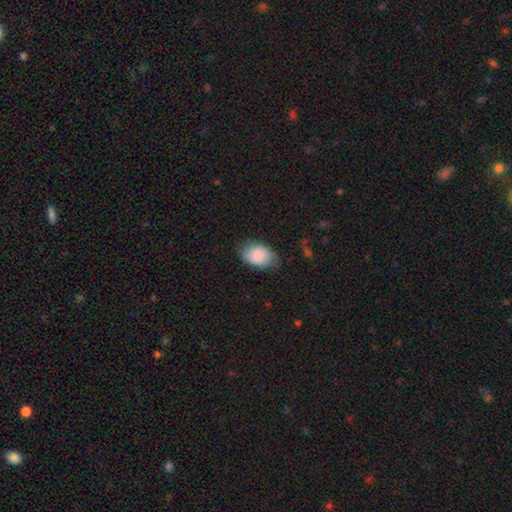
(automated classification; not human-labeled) Smooth or featured? smooth (85%)
How rounded? in between (84%)
Merging? none (70%)